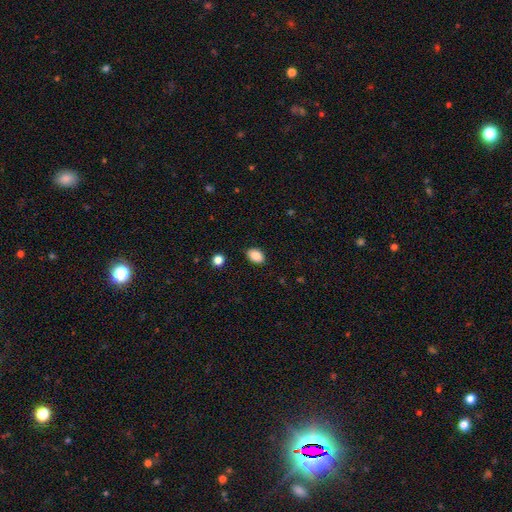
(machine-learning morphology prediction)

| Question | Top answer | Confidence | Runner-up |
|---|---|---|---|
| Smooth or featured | smooth | 88% | star or artifact (8%) |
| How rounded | in between | 85% | round (14%) |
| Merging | none | 87% | minor disturbance (10%) |